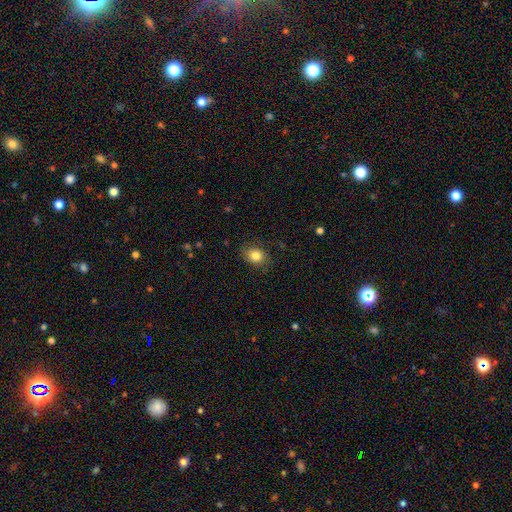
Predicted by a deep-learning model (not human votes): A smooth galaxy with no disk features (83%) that is in between round and cigar-shaped (55%). Merging: none (81%).